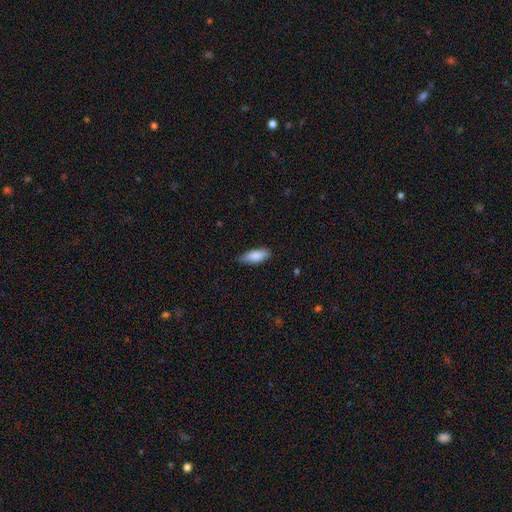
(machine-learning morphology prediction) smooth_or_featured: smooth (p=0.87) [alt: featured or disk p=0.07]
how_rounded: in between (p=0.75) [alt: cigar-shaped p=0.24]
merging: none (p=0.80) [alt: minor disturbance p=0.16]